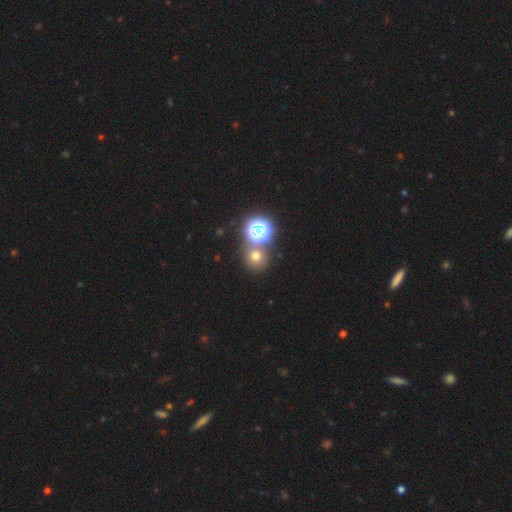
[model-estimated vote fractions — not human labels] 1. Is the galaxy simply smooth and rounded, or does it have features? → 58% smooth, 33% star or artifact, 9% featured or disk.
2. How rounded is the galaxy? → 88% round, 11% in between, 1% cigar-shaped.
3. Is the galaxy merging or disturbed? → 65% none, 24% merger, 8% minor disturbance, 3% major disturbance.